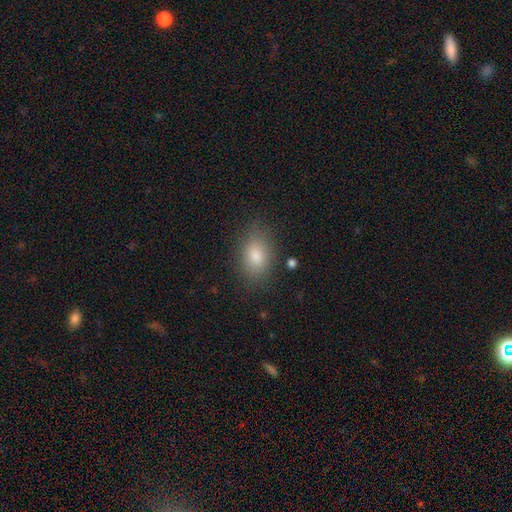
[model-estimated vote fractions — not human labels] Smooth or featured?
  - smooth: 80% *
  - star or artifact: 10%
  - featured or disk: 10%
How rounded?
  - in between: 85% *
  - round: 13%
  - cigar-shaped: 3%
Merging?
  - none: 82% *
  - minor disturbance: 13%
  - major disturbance: 4%
  - merger: 2%